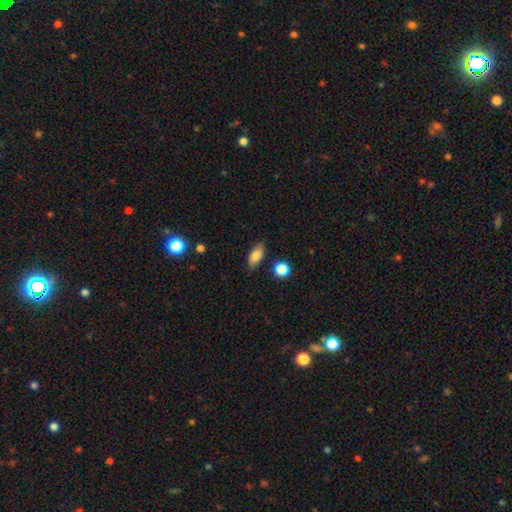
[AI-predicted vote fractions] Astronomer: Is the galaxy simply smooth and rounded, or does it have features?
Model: smooth — 80%.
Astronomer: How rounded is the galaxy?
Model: in between — 79%.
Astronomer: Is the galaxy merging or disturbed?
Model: none — 80%.